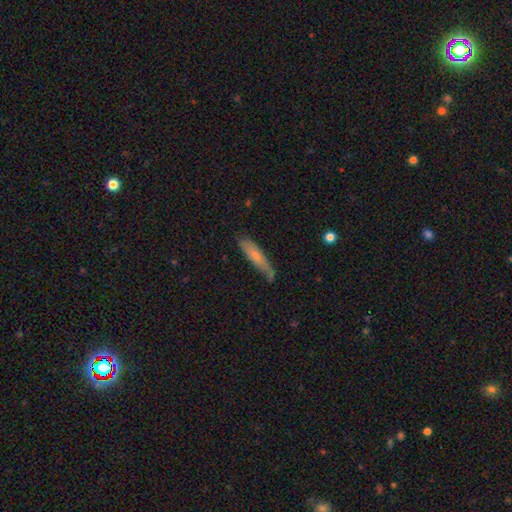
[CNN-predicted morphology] A smooth galaxy with no disk features (68%) that is cigar-shaped (81%). Merging: none (67%).